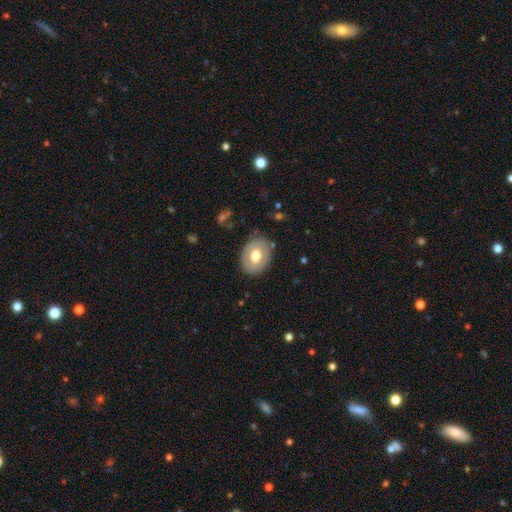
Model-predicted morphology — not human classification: A smooth galaxy with no disk features (57%) that is in between round and cigar-shaped (69%).

Vote fractions:
- Smooth or featured? smooth: 57% / featured or disk: 36% / star or artifact: 6%
- How rounded? in between: 69% / round: 30% / cigar-shaped: 1%
- Merging? none: 83% / minor disturbance: 12% / major disturbance: 4% / merger: 1%